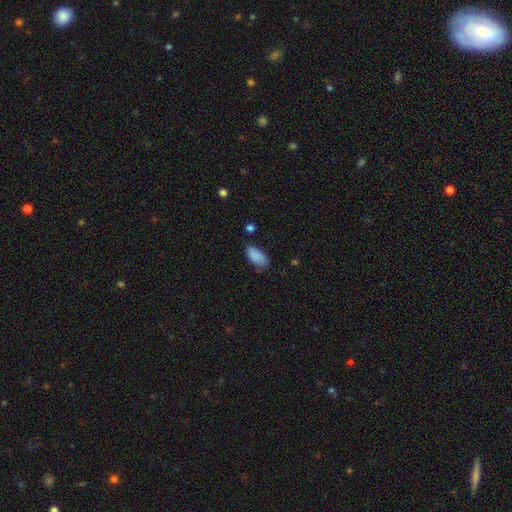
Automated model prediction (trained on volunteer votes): This appears to be a smooth galaxy with no disk features (86%) that is in between round and cigar-shaped (90%). Merging: none (60%).